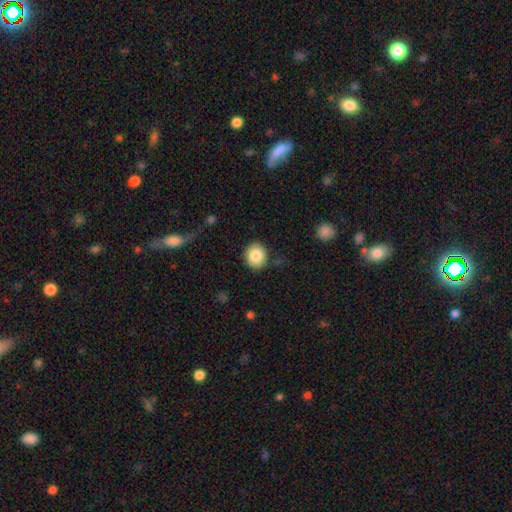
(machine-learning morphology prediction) A smooth galaxy with no disk features (84%) that is round (78%). Merging: none (87%).